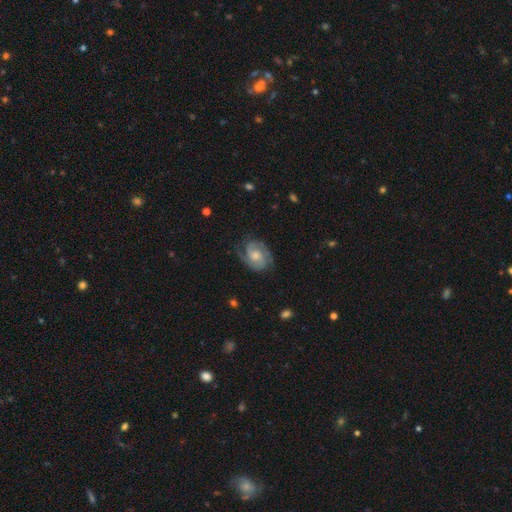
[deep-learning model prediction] A featured or disk galaxy (83%) with no bar (63%), 2 (79%) tight (48%) spiral arms (96%) and a moderate central bulge (55%). Merging: none (73%).